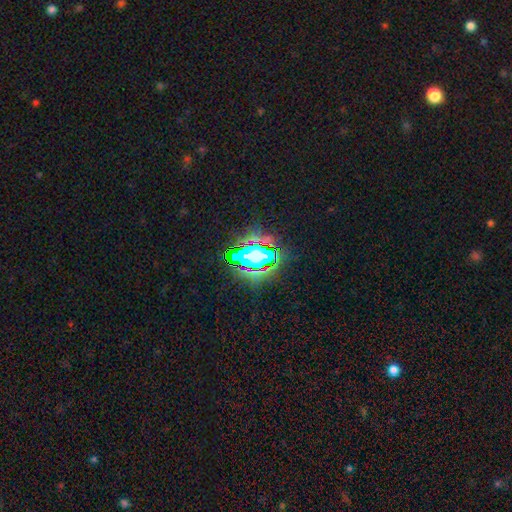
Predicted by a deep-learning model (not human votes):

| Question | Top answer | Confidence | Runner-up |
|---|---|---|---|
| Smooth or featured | star or artifact | 58% | smooth (27%) |